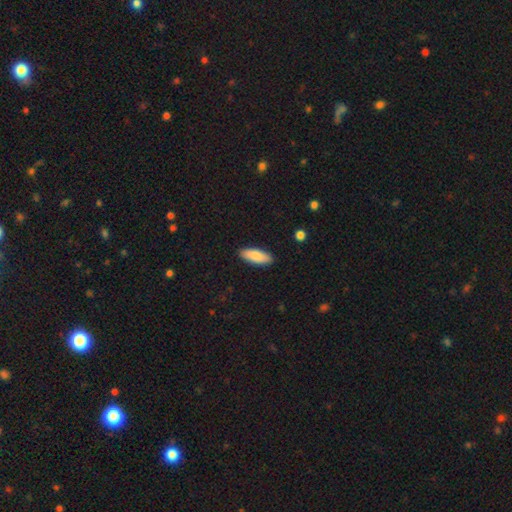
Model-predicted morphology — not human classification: Q: Smooth or featured?
A: smooth (85%); runner-up: featured or disk (9%)
Q: How rounded?
A: in between (70%); runner-up: cigar-shaped (28%)
Q: Merging?
A: none (90%); runner-up: minor disturbance (8%)